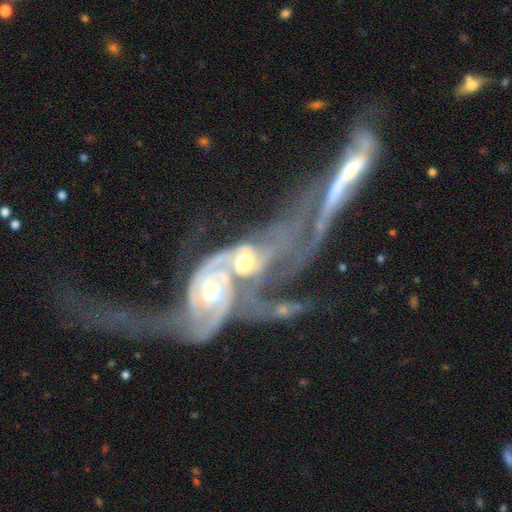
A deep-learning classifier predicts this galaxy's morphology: Q: Smooth or featured?
A: featured or disk (88%); runner-up: smooth (7%)
Q: Edge-on disk?
A: no (94%); runner-up: yes (6%)
Q: Bar?
A: no (65%); runner-up: weak (25%)
Q: Spiral arms?
A: yes (93%); runner-up: no (7%)
Q: Spiral winding?
A: medium (39%); runner-up: tight (37%)
Q: Spiral arm count?
A: 2 (57%); runner-up: can't tell (22%)
Q: Bulge size?
A: moderate (60%); runner-up: small (30%)
Q: Merging?
A: merger (82%); runner-up: major disturbance (9%)